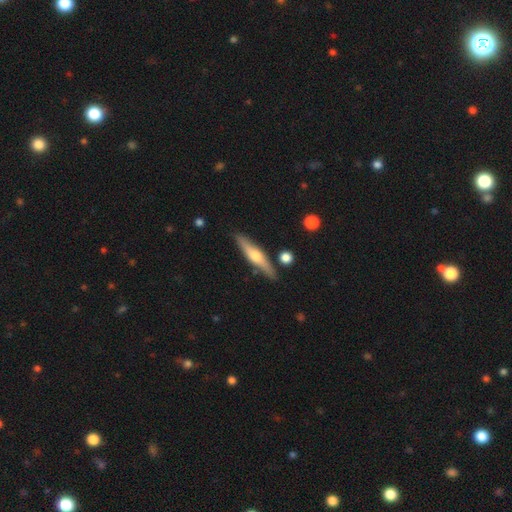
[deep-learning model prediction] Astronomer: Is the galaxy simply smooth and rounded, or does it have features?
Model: featured or disk — 61%.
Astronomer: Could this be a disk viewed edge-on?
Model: yes — 94%.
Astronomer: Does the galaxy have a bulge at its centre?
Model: rounded — 90%.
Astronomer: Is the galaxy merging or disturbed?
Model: none — 84%.